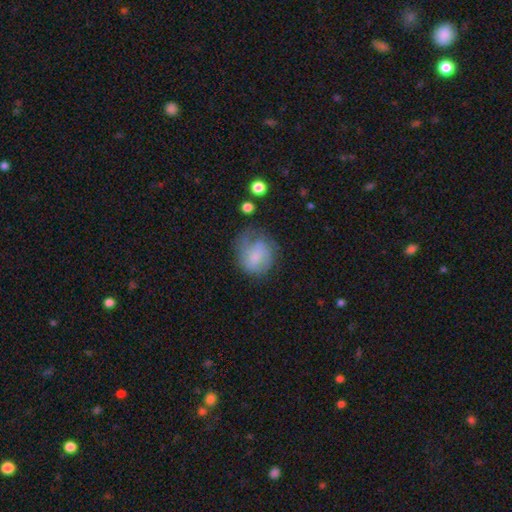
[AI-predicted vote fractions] smooth-or-featured: smooth: 55% | featured or disk: 36% | star or artifact: 8%
  how-rounded: round: 66% | in between: 33% | cigar-shaped: 1%
  merging: none: 41% | minor disturbance: 29% | major disturbance: 27% | merger: 3%